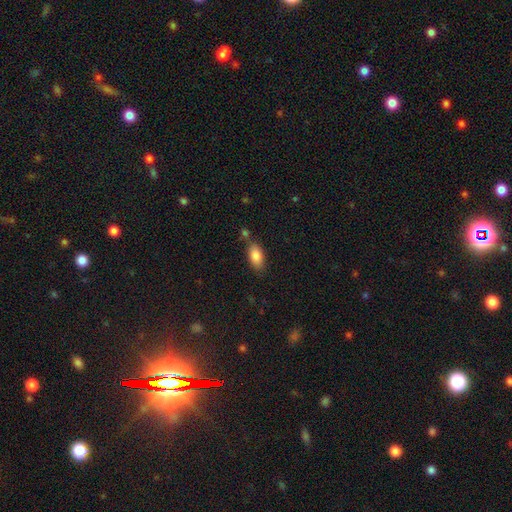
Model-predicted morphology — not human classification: Smooth or featured?
  - smooth: 85% *
  - featured or disk: 8%
  - star or artifact: 7%
How rounded?
  - in between: 91% *
  - cigar-shaped: 6%
  - round: 3%
Merging?
  - none: 69% *
  - minor disturbance: 16%
  - merger: 11%
  - major disturbance: 4%